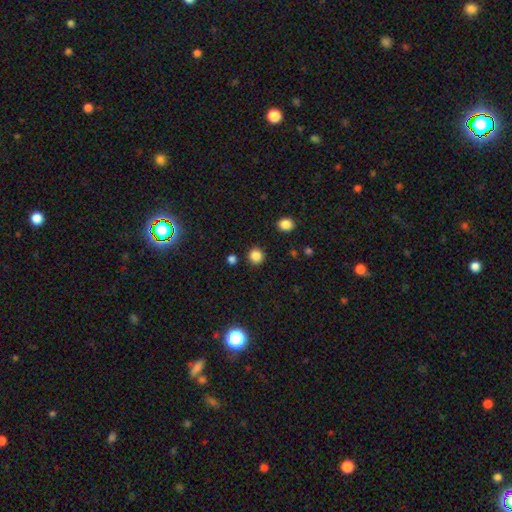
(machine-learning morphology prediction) smooth_or_featured: smooth (p=0.85) [alt: star or artifact p=0.12]
how_rounded: round (p=0.92) [alt: in between p=0.07]
merging: none (p=0.90) [alt: minor disturbance p=0.06]